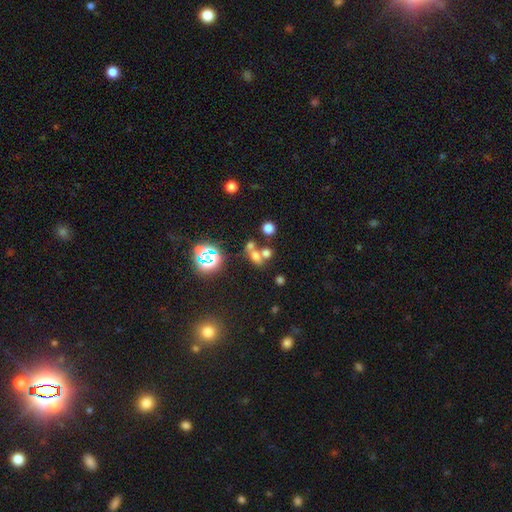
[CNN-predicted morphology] Smooth or featured? smooth (52%)
How rounded? round (48%)
Merging? merger (45%)